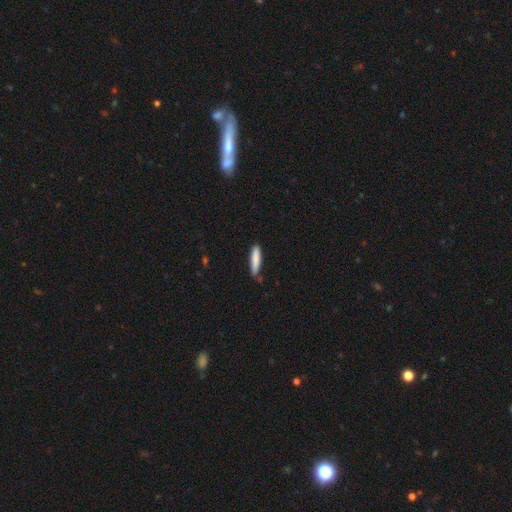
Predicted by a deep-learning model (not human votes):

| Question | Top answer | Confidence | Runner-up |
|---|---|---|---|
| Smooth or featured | smooth | 84% | featured or disk (11%) |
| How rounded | cigar-shaped | 86% | in between (12%) |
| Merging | none | 77% | minor disturbance (18%) |